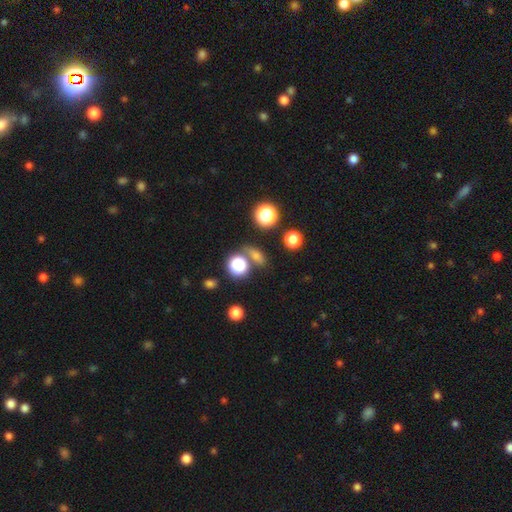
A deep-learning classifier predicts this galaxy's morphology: smooth_or_featured: smooth (p=0.64) [alt: star or artifact p=0.24]
how_rounded: in between (p=0.48) [alt: round p=0.40]
merging: none (p=0.73) [alt: merger p=0.12]